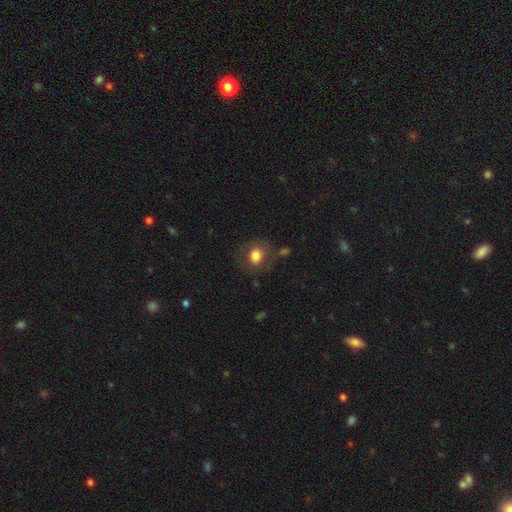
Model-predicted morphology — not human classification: The model was most divided on "how rounded": round: 71%, in between: 28%, cigar-shaped: 1%. More confident: merging — none (75%); smooth or featured — smooth (74%).